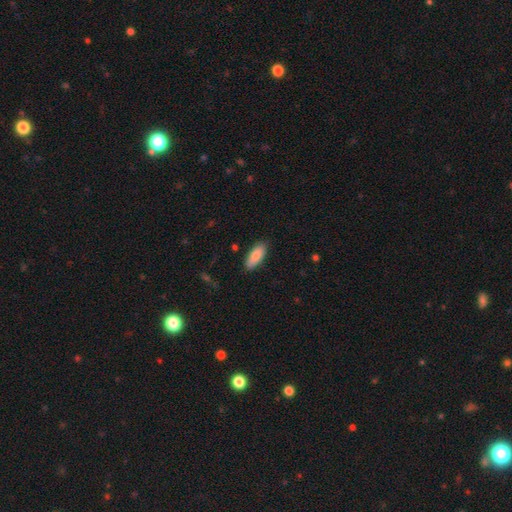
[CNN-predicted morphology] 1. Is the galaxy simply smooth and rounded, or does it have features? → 86% smooth, 8% featured or disk, 6% star or artifact.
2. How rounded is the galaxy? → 78% in between, 20% cigar-shaped, 2% round.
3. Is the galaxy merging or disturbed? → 86% none, 11% minor disturbance, 2% major disturbance, 1% merger.